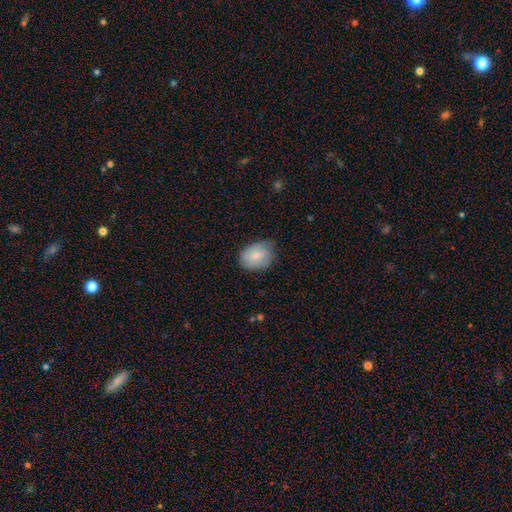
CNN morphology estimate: type=smooth (79%); roundness=in between (66%); merging=none (55%).